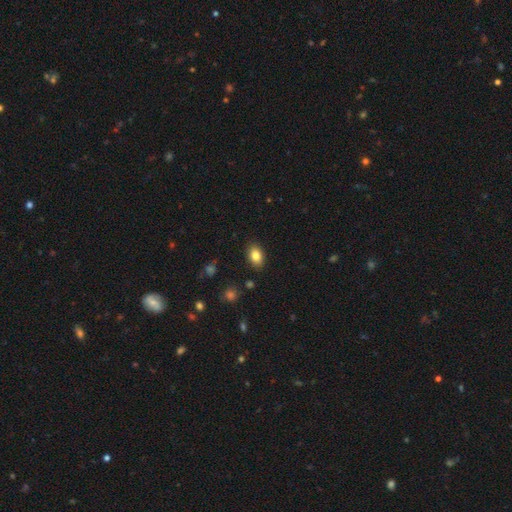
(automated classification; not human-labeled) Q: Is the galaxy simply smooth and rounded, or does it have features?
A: smooth — 83%.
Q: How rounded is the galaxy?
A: in between — 84%.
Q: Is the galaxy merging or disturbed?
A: none — 87%.